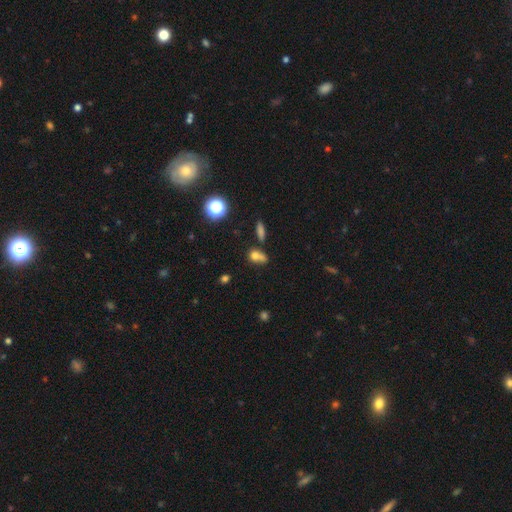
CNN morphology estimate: This is likely a smooth galaxy (71%). How rounded: possibly round (50%). Merging: marginally merger (45%).